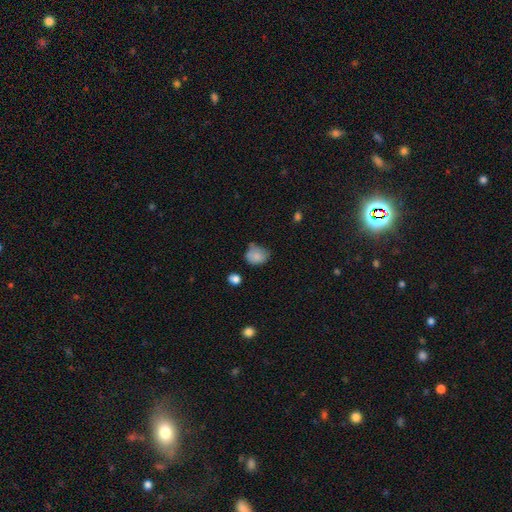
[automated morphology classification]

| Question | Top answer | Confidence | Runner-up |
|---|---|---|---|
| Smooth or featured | smooth | 80% | featured or disk (11%) |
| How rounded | round | 60% | in between (39%) |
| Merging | none | 46% | minor disturbance (37%) |